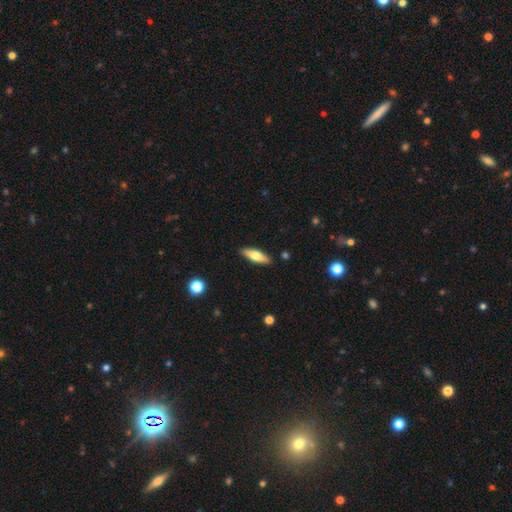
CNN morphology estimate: Smooth or featured? Predicted: smooth (p=0.64). How rounded? Predicted: cigar-shaped (p=0.52). Merging? Predicted: none (p=0.89).